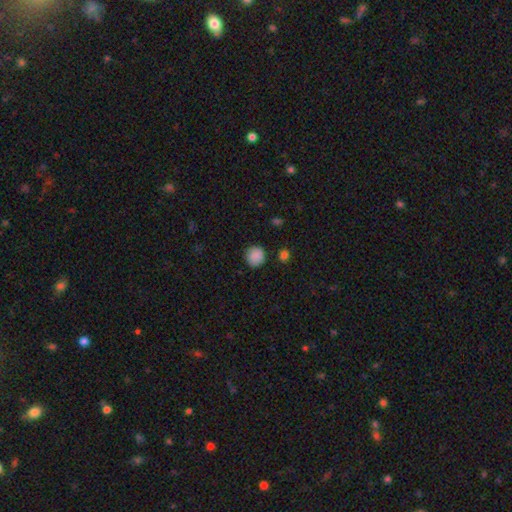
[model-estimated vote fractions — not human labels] Smooth or featured: smooth — 87% (star or artifact — 9%)
How rounded: round — 89% (in between — 10%)
Merging: none — 85% (minor disturbance — 11%)